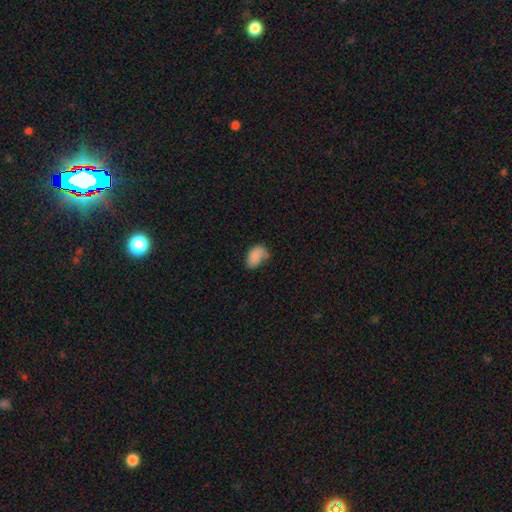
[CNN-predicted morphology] Smooth or featured?
  - smooth: 79% *
  - featured or disk: 12%
  - star or artifact: 9%
How rounded?
  - in between: 90% *
  - round: 9%
  - cigar-shaped: 1%
Merging?
  - none: 42% *
  - minor disturbance: 34%
  - major disturbance: 20%
  - merger: 4%